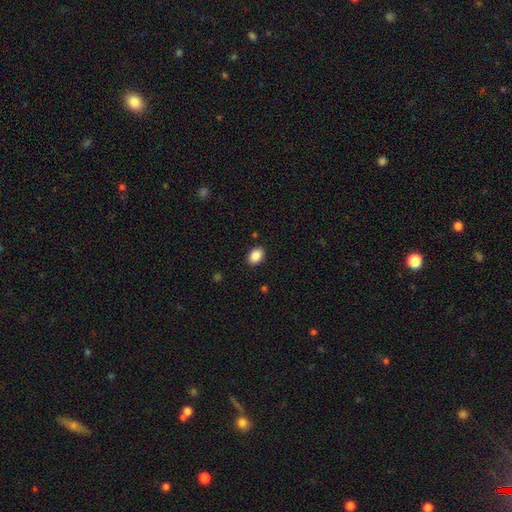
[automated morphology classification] smooth 88%, star or artifact 8%, featured or disk 4%. Down the decision tree: how rounded — in between (77%); merging — none (89%).